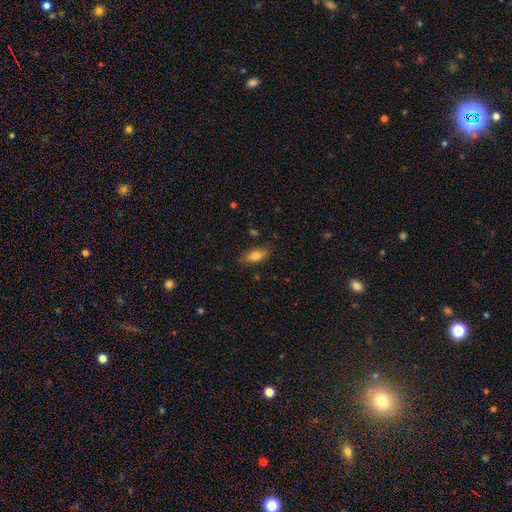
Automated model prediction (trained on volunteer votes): The model was most divided on "smooth or featured": smooth: 77%, featured or disk: 16%, star or artifact: 7%. More confident: how rounded — in between (83%); merging — none (81%).